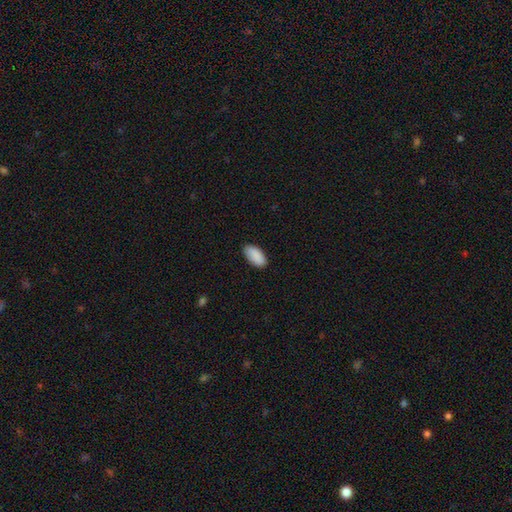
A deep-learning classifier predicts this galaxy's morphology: Smooth or featured?
  - smooth: 91% *
  - star or artifact: 6%
  - featured or disk: 3%
How rounded?
  - in between: 94% *
  - cigar-shaped: 4%
  - round: 2%
Merging?
  - none: 86% *
  - minor disturbance: 11%
  - major disturbance: 2%
  - merger: 1%